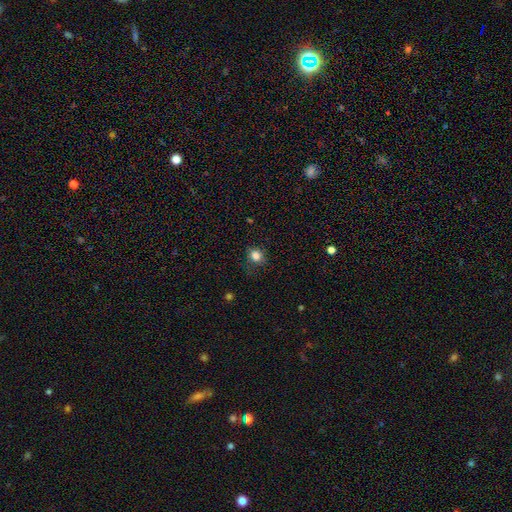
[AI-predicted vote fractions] A smooth galaxy with no disk features (83%) that is round (72%). Merging: none (77%).